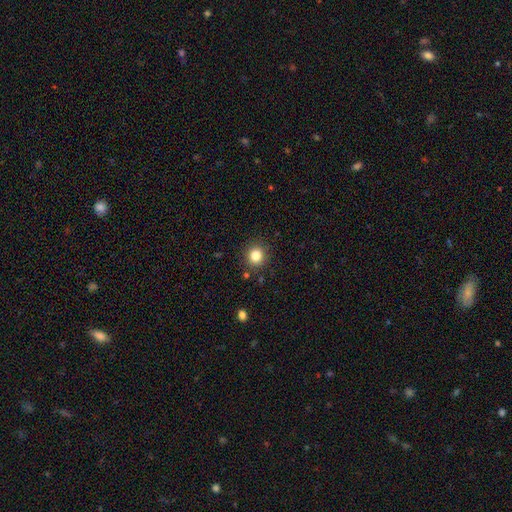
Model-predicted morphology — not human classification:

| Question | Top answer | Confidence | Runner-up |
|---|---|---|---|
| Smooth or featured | smooth | 83% | star or artifact (11%) |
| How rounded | round | 88% | in between (11%) |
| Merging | none | 88% | minor disturbance (7%) |